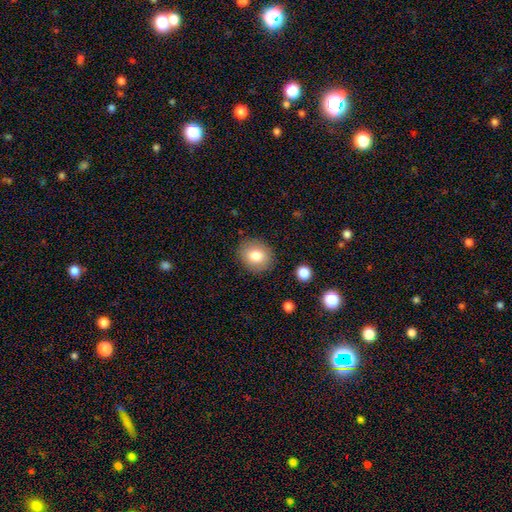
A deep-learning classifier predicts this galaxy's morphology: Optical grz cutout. It shows a smooth galaxy with no disk features (81%) that is round (71%). Merging: none (86%).